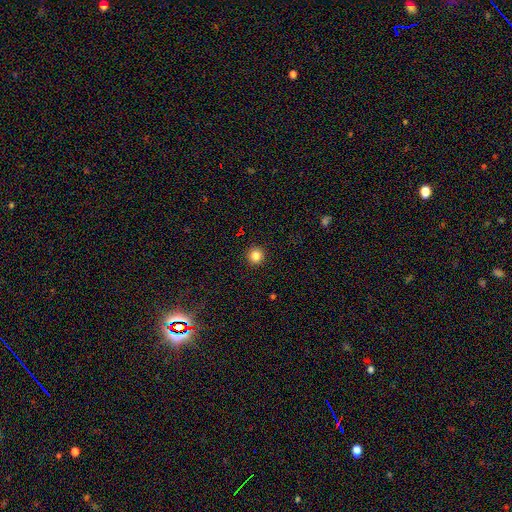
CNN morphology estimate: Smooth or featured: smooth — 84% (star or artifact — 12%)
How rounded: round — 95% (in between — 5%)
Merging: none — 93% (minor disturbance — 4%)